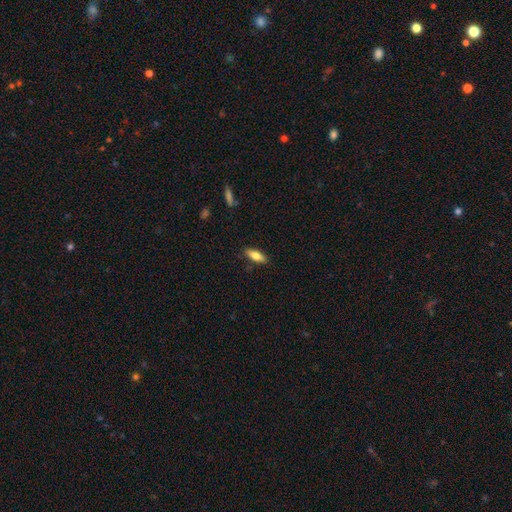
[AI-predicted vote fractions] The model was most divided on "how rounded": in between: 64%, cigar-shaped: 34%, round: 2%. More confident: merging — none (86%); smooth or featured — smooth (78%).